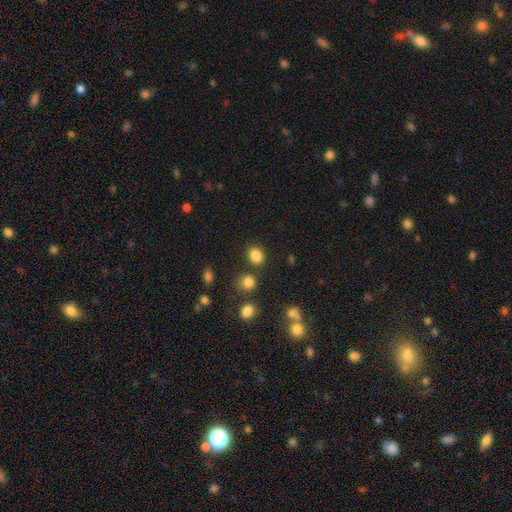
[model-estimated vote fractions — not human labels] Smooth or featured?
  - smooth: 84% *
  - star or artifact: 11%
  - featured or disk: 4%
How rounded?
  - round: 58% *
  - in between: 41%
  - cigar-shaped: 1%
Merging?
  - none: 79% *
  - minor disturbance: 10%
  - merger: 8%
  - major disturbance: 4%